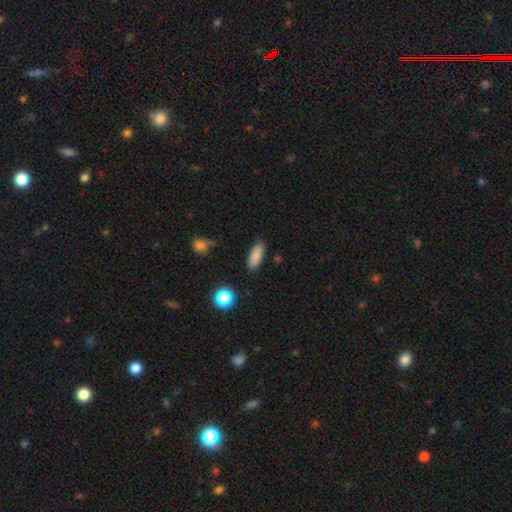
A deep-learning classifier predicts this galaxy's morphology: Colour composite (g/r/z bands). It shows a smooth galaxy with no disk features (87%) that is in between round and cigar-shaped (76%). Merging: none (86%).